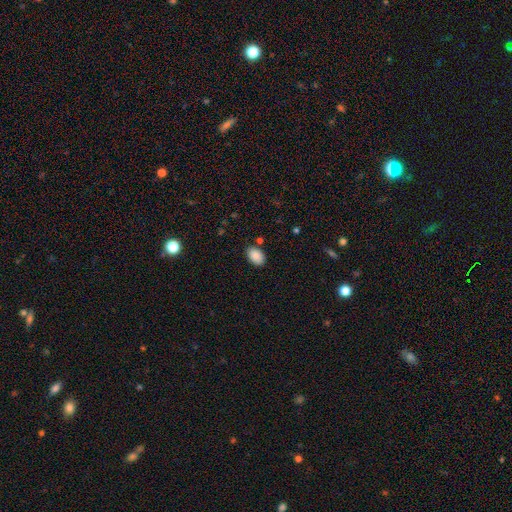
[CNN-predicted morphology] This appears to be a smooth galaxy with no disk features (88%) that is in between round and cigar-shaped (88%). Merging: none (84%).